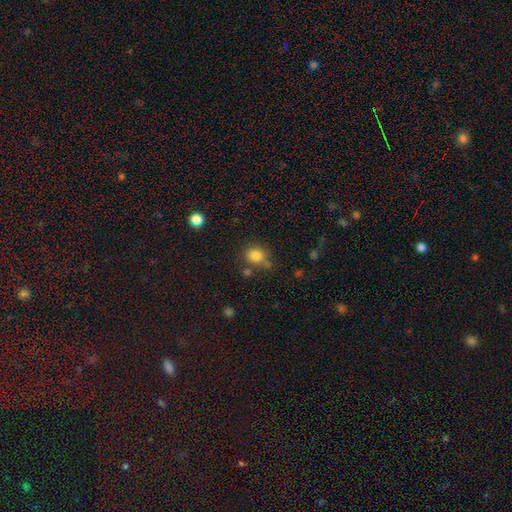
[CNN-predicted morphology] Smooth or featured?
  - smooth: 83% *
  - star or artifact: 12%
  - featured or disk: 5%
How rounded?
  - round: 79% *
  - in between: 20%
  - cigar-shaped: 1%
Merging?
  - none: 69% *
  - minor disturbance: 15%
  - merger: 11%
  - major disturbance: 6%